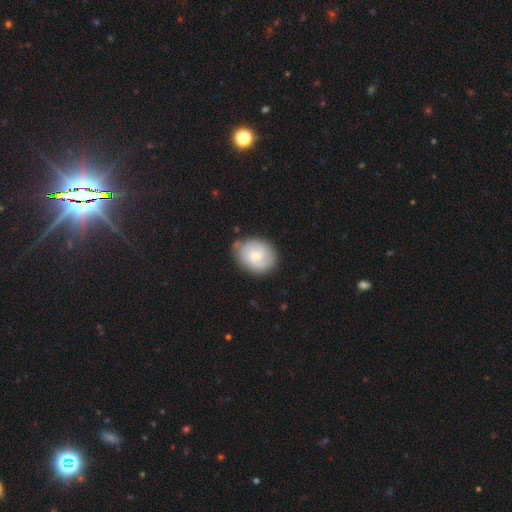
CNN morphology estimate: Overall: featured or disk (62%; smooth 33%). Edge-on disk: no (98%). Bar: no (60%; weak 36%). Spiral arms: yes (89%). Spiral arm count: 2 (55%; can't tell 23%). Spiral winding: tight (52%; medium 36%). Bulge size: small (57%; moderate 38%). Merging: none (75%).